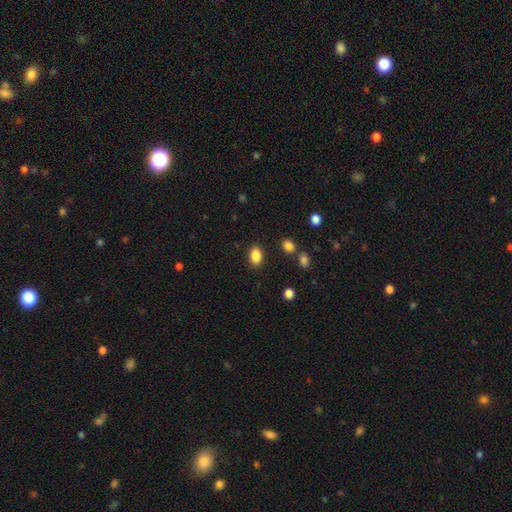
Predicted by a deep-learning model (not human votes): This appears to be a smooth galaxy with no disk features (87%) that is in between round and cigar-shaped (85%). Merging: none (86%).